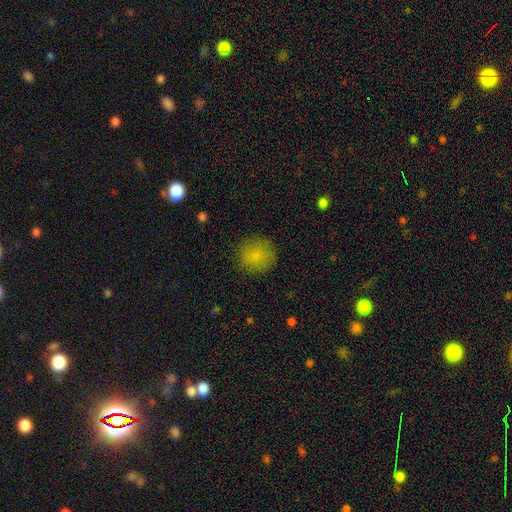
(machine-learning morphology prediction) smooth-or-featured: smooth: 83% | star or artifact: 10% | featured or disk: 8%
  how-rounded: round: 91% | in between: 8% | cigar-shaped: 1%
  merging: none: 85% | minor disturbance: 11% | major disturbance: 3% | merger: 1%